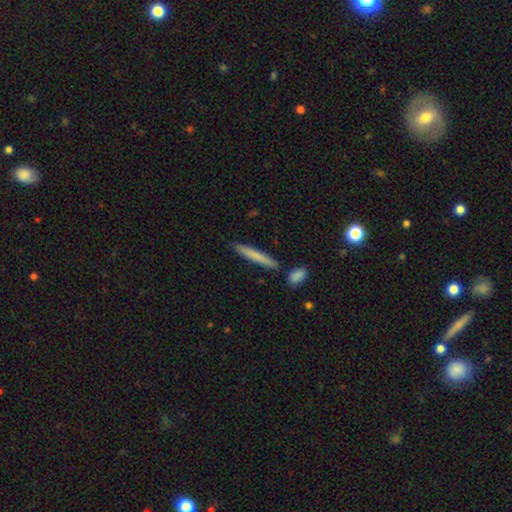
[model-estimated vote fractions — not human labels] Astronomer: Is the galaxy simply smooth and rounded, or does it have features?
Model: smooth — 74%.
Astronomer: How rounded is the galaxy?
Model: cigar-shaped — 95%.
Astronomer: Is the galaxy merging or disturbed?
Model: none — 84%.